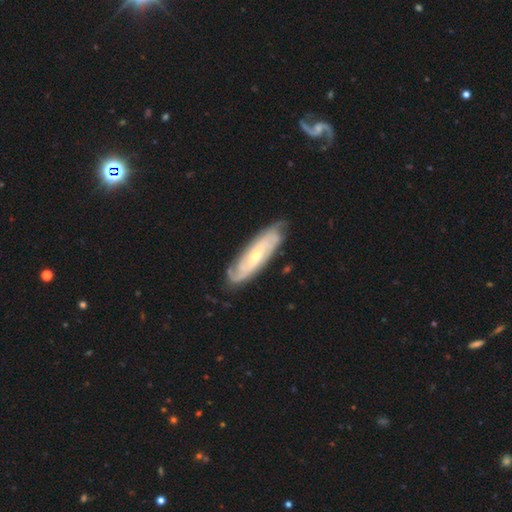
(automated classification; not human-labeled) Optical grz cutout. It shows a featured or disk galaxy (81%) with no bar (58%), tight (63%) spiral arms (95%) and a small central bulge (61%). Merging: none (78%).